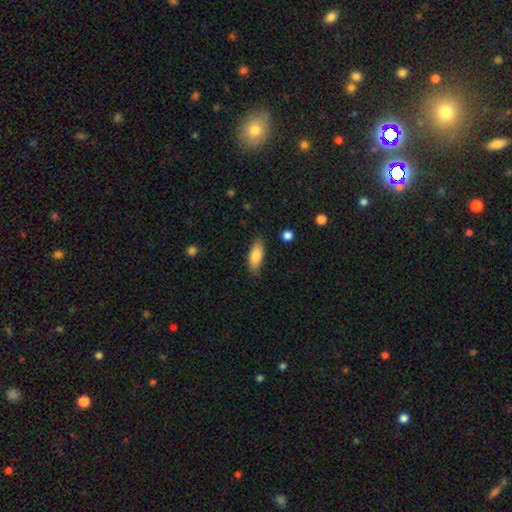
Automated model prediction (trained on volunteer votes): Overall: smooth (82%). How rounded: in between (76%). Merging: none (81%).